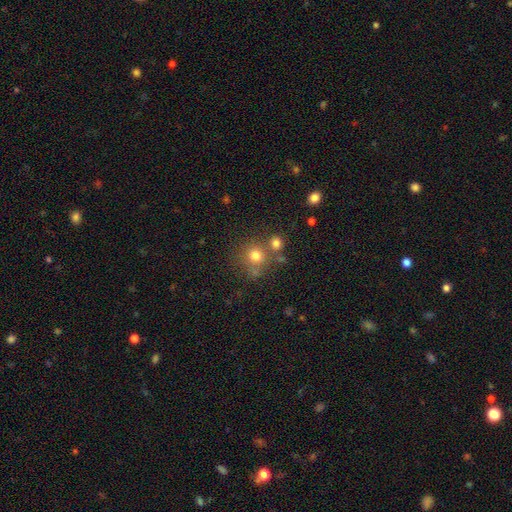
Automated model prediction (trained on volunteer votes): A smooth galaxy with no disk features (75%) that is round (89%). Merging: none (65%).